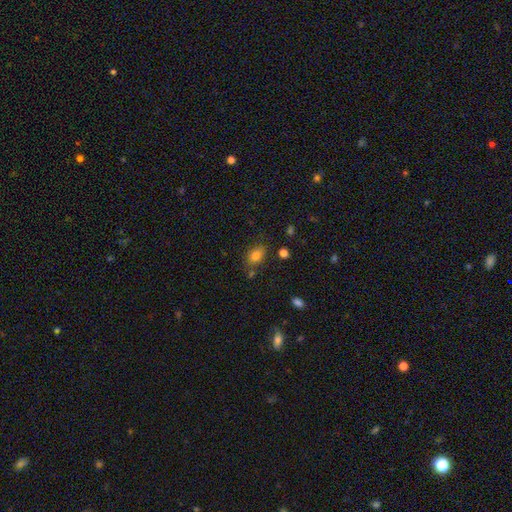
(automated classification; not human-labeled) smooth 81%, star or artifact 11%, featured or disk 8%. Down the decision tree: how rounded — in between (82%); merging — none (71%).